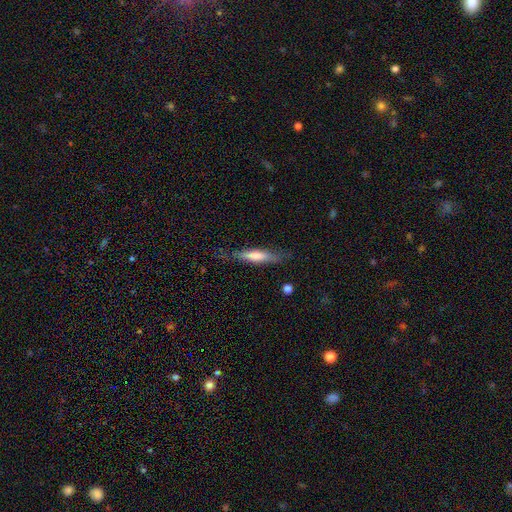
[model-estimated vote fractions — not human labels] Smooth or featured?
  - smooth: 56% *
  - featured or disk: 38%
  - star or artifact: 6%
How rounded?
  - cigar-shaped: 85% *
  - in between: 14%
  - round: 1%
Merging?
  - none: 78% *
  - minor disturbance: 16%
  - major disturbance: 4%
  - merger: 2%